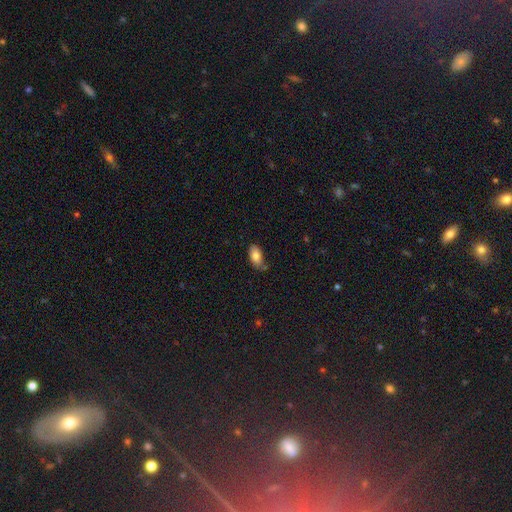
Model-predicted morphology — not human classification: type=smooth (82%); roundness=in between (93%); merging=none (69%).